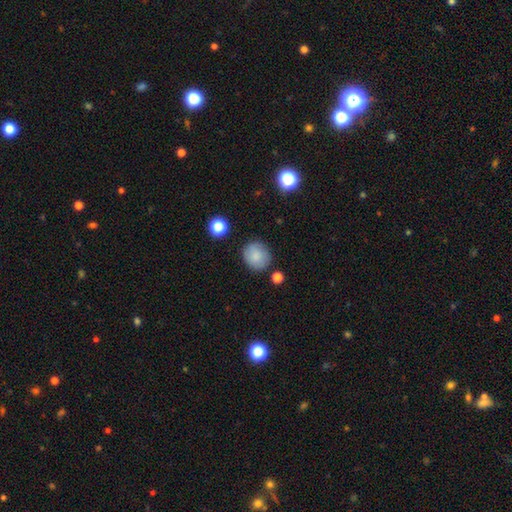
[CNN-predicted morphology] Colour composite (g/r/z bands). It shows a smooth galaxy with no disk features (85%) that is round (84%). Merging: none (83%).